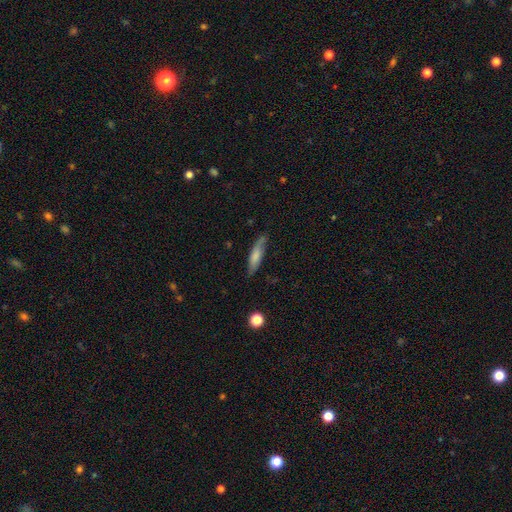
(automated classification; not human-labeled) Morphology: type=smooth (65%); roundness=cigar-shaped (69%); merging=none (74%).